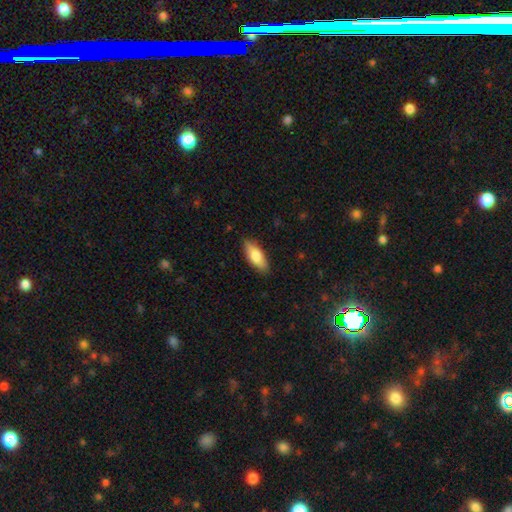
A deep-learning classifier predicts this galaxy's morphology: A smooth galaxy with no disk features (78%) that is in between round and cigar-shaped (77%). Merging: none (86%).